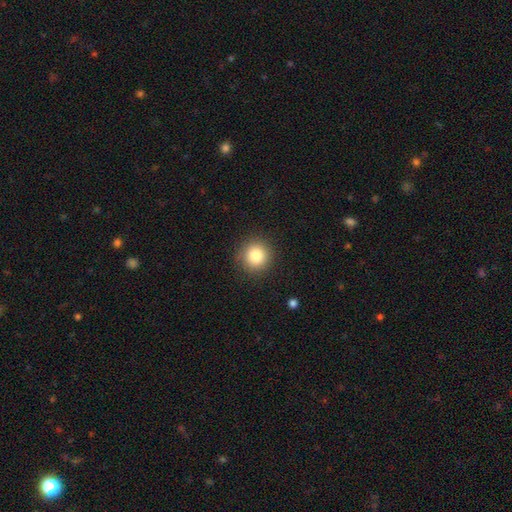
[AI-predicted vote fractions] The model was most divided on "smooth or featured": smooth: 83%, star or artifact: 10%, featured or disk: 7%. More confident: how rounded — round (93%); merging — none (90%).